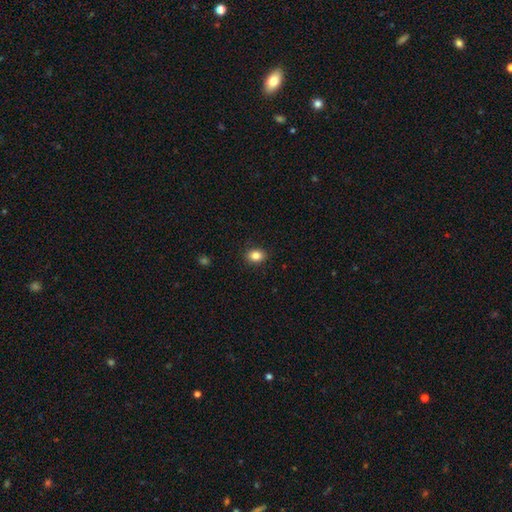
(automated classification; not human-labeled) smooth-or-featured: smooth: 85% | star or artifact: 10% | featured or disk: 6%
  how-rounded: in between: 61% | round: 38% | cigar-shaped: 1%
  merging: none: 90% | minor disturbance: 7% | major disturbance: 2% | merger: 1%